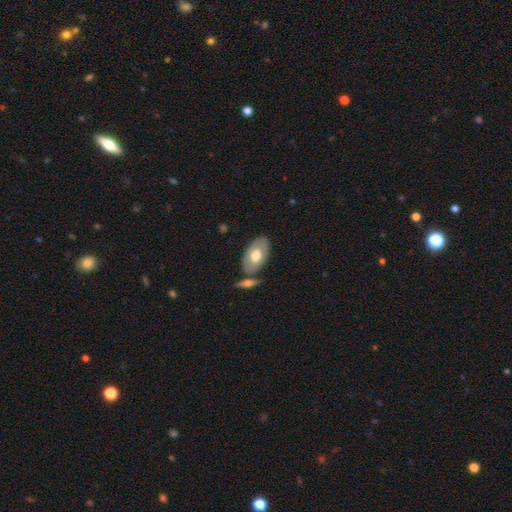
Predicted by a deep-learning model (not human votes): The model was most divided on "smooth or featured": smooth: 56%, featured or disk: 39%, star or artifact: 5%. More confident: how rounded — in between (93%); merging — none (69%).